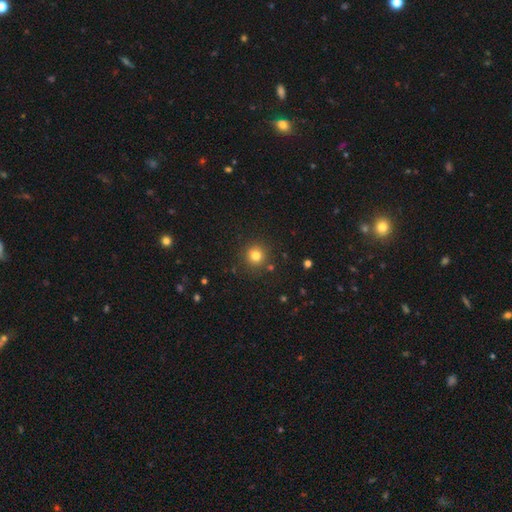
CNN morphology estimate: smooth-or-featured: smooth: 79% | star or artifact: 14% | featured or disk: 7%
  how-rounded: round: 94% | in between: 5% | cigar-shaped: 1%
  merging: none: 87% | minor disturbance: 7% | merger: 3% | major disturbance: 3%